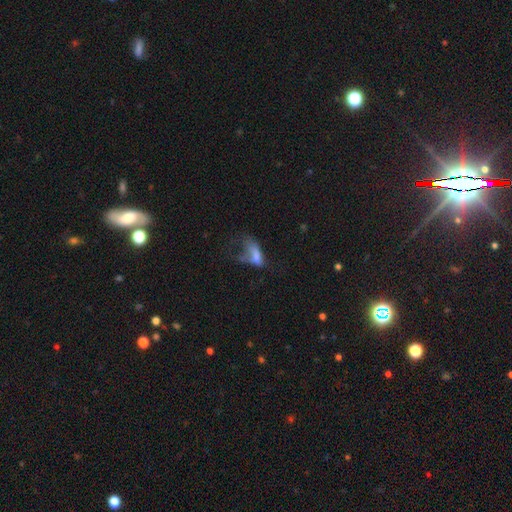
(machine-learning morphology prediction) smooth-or-featured: smooth: 54% | featured or disk: 31% | star or artifact: 15%
  how-rounded: in between: 75% | cigar-shaped: 19% | round: 5%
  merging: major disturbance: 56% | none: 18% | minor disturbance: 17% | merger: 10%